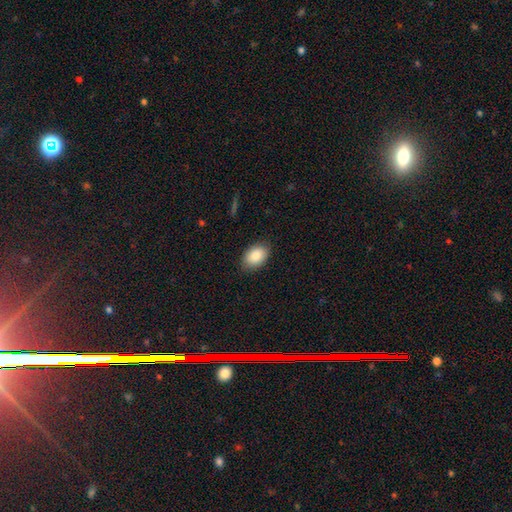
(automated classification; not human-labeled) Smooth or featured: smooth — 86% (featured or disk — 7%)
How rounded: in between — 86% (round — 13%)
Merging: none — 85% (minor disturbance — 11%)